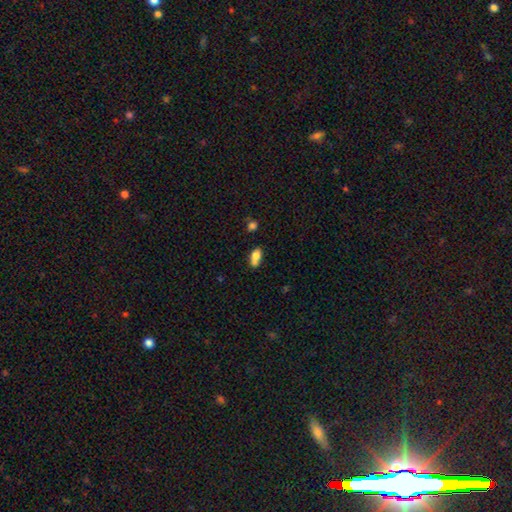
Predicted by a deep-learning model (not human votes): The model was most divided on "merging": none: 42%, minor disturbance: 25%, merger: 24%, major disturbance: 9%. More confident: how rounded — in between (83%); smooth or featured — smooth (77%).